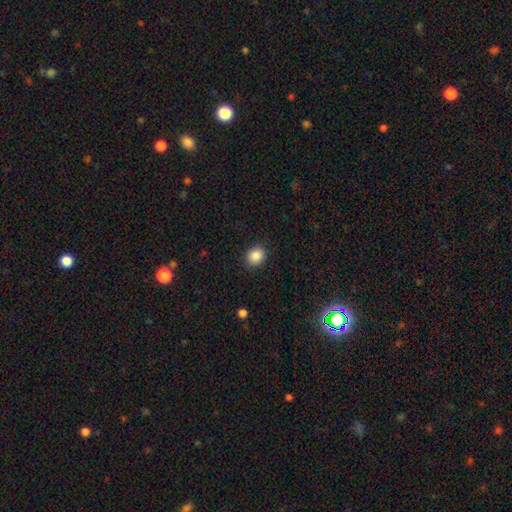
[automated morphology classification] Overall: smooth (87%). How rounded: round (58%; in between 41%). Merging: none (89%).